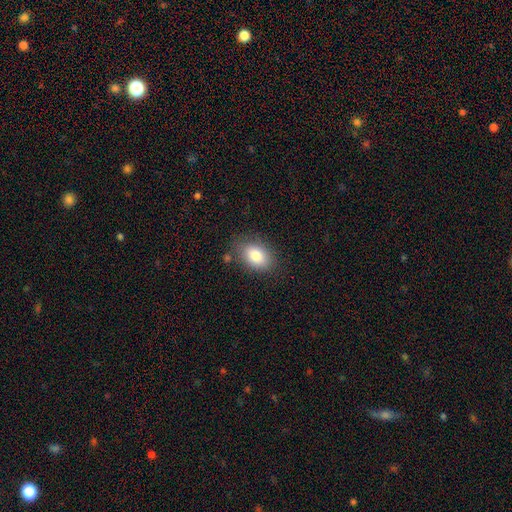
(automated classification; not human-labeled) A smooth galaxy with no disk features (83%) that is in between round and cigar-shaped (84%).

Vote fractions:
- Smooth or featured? smooth: 83% / featured or disk: 9% / star or artifact: 8%
- How rounded? in between: 84% / round: 15% / cigar-shaped: 1%
- Merging? none: 79% / minor disturbance: 15% / major disturbance: 4% / merger: 3%